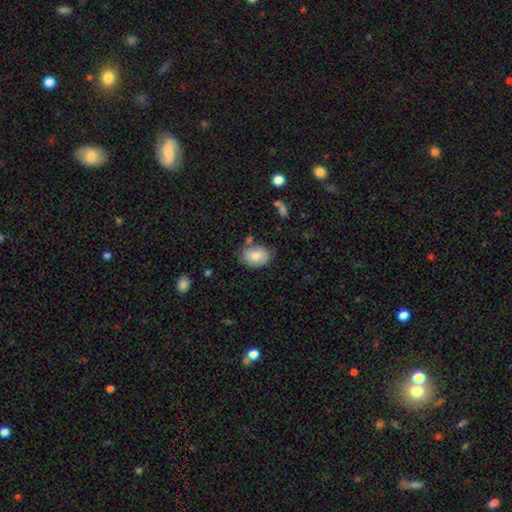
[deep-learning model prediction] This is likely a smooth galaxy (71%). How rounded: likely in between (75%). Merging: likely none (69%).